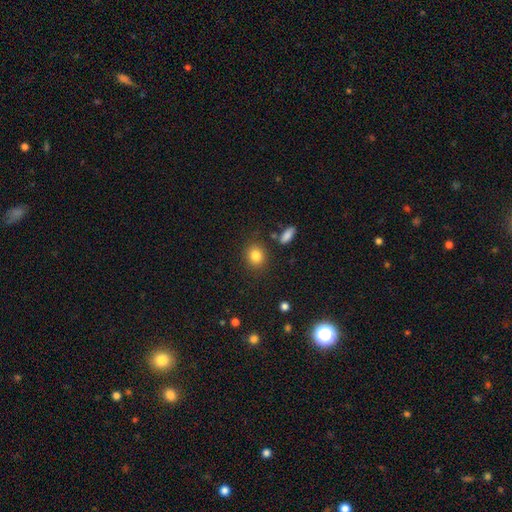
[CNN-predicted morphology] Smooth or featured? smooth (83%)
How rounded? round (73%)
Merging? none (85%)